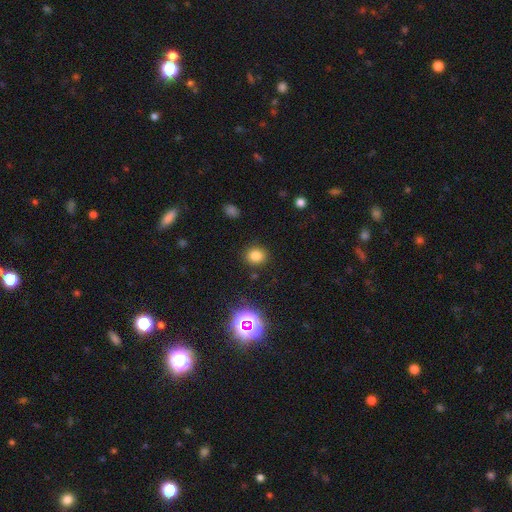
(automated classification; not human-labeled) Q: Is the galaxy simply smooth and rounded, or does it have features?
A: smooth — 78%.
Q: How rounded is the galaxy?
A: round — 70%.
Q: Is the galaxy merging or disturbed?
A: none — 88%.